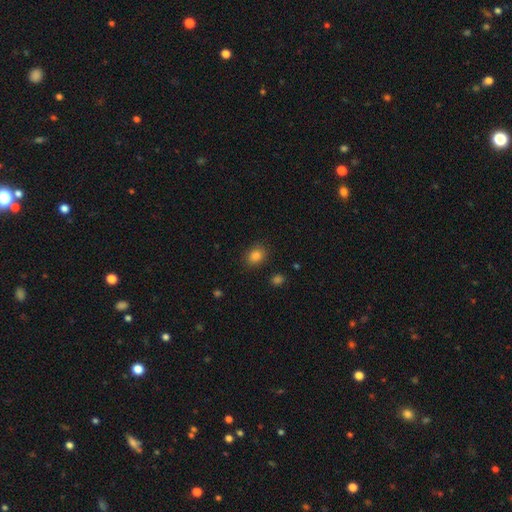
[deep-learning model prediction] Smooth or featured: smooth — 84% (star or artifact — 11%)
How rounded: round — 50% (in between — 49%)
Merging: none — 86% (minor disturbance — 9%)